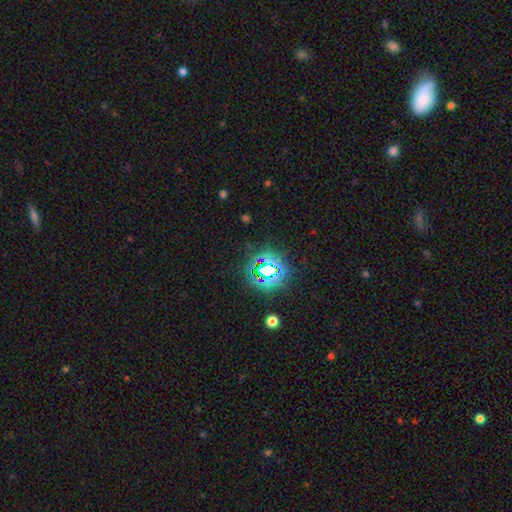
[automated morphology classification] Smooth or featured? star or artifact (76%)